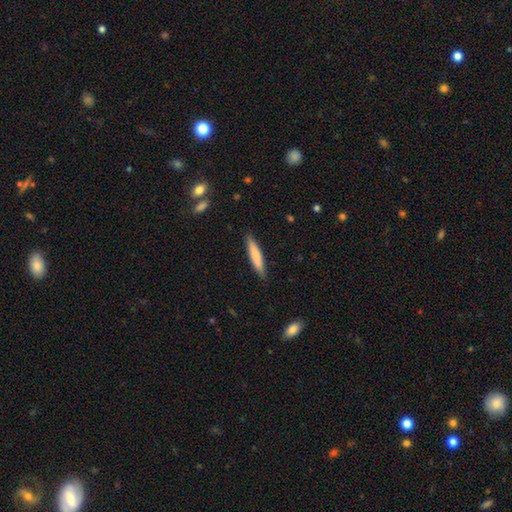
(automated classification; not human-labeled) Smooth or featured? smooth (76%)
How rounded? cigar-shaped (89%)
Merging? none (88%)